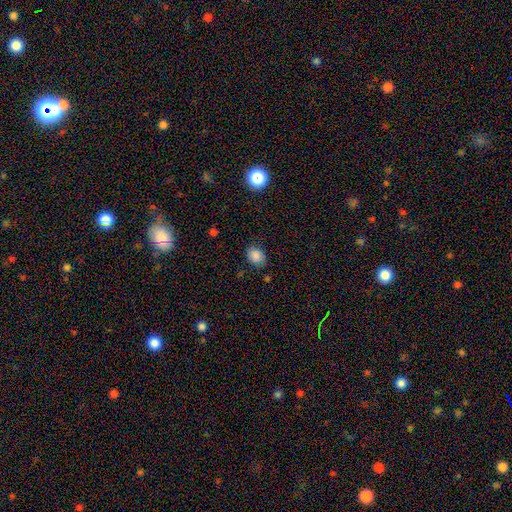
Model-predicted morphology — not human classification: Q: Smooth or featured?
A: smooth (85%); runner-up: star or artifact (10%)
Q: How rounded?
A: in between (62%); runner-up: round (37%)
Q: Merging?
A: none (80%); runner-up: minor disturbance (15%)